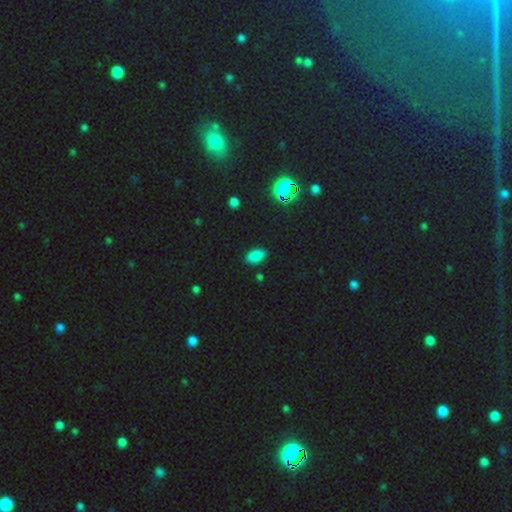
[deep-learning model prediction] smooth_or_featured: smooth (p=0.78) [alt: star or artifact p=0.18]
how_rounded: in between (p=0.91) [alt: round p=0.07]
merging: none (p=0.86) [alt: minor disturbance p=0.10]